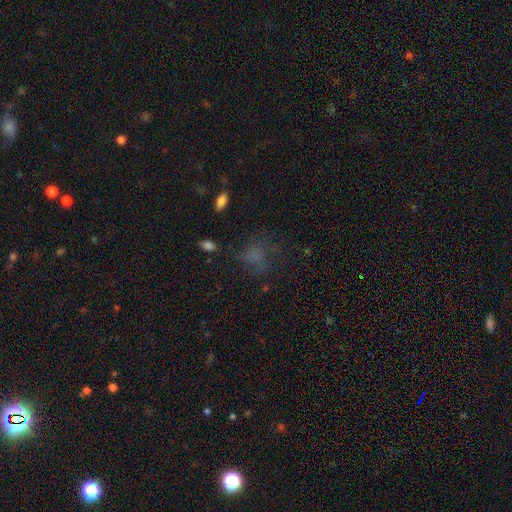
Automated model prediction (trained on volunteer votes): This is likely a smooth galaxy (61%). How rounded: possibly round (57%). Merging: possibly none (54%).